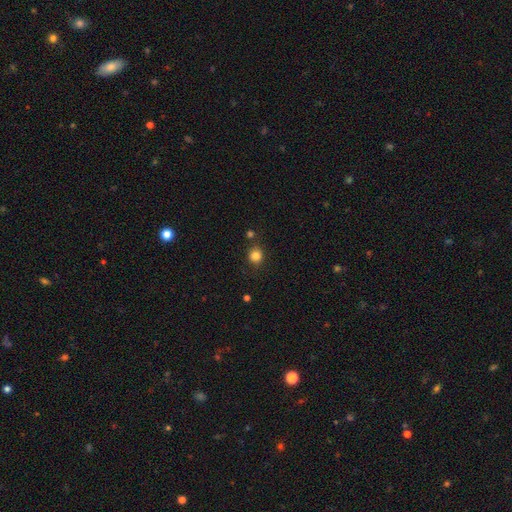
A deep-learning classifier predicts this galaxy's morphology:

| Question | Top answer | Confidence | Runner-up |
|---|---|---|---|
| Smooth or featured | smooth | 83% | star or artifact (12%) |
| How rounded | round | 85% | in between (14%) |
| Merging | none | 81% | minor disturbance (11%) |